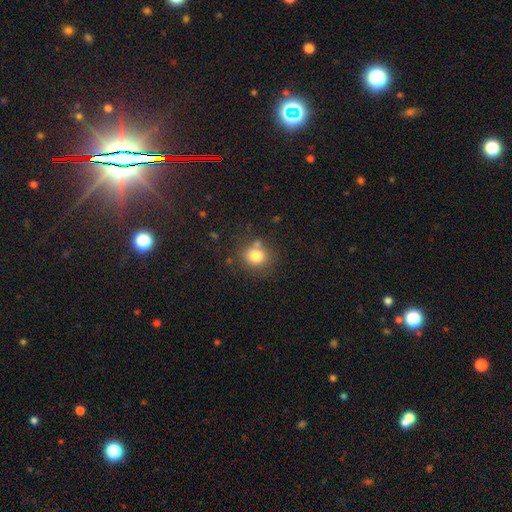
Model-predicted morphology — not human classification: Q: Smooth or featured?
A: smooth (79%); runner-up: star or artifact (12%)
Q: How rounded?
A: round (79%); runner-up: in between (20%)
Q: Merging?
A: none (71%); runner-up: minor disturbance (13%)